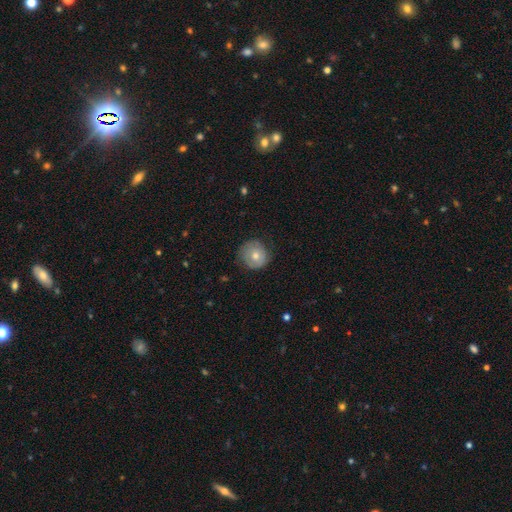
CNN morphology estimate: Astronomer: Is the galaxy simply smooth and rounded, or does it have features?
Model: smooth — 60%.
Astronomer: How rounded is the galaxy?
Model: round — 91%.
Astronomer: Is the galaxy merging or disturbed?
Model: none — 79%.